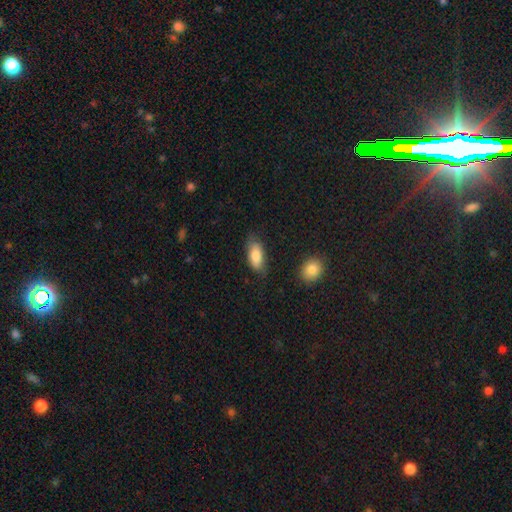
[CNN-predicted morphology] Smooth or featured: smooth — 83% (featured or disk — 10%)
How rounded: in between — 86% (cigar-shaped — 11%)
Merging: none — 70% (minor disturbance — 22%)